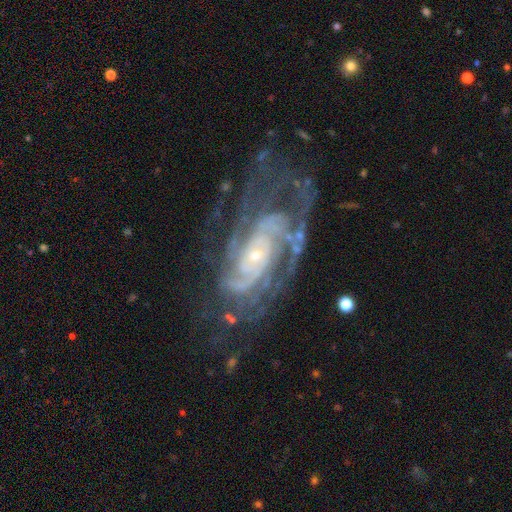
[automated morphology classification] type=featured or disk (89%); edge-on=no (95%); bar=no (67%); spiral arms=yes (97%); winding=tight (63%); arm count=2 (31%); bulge=small (78%); merging=none (63%).